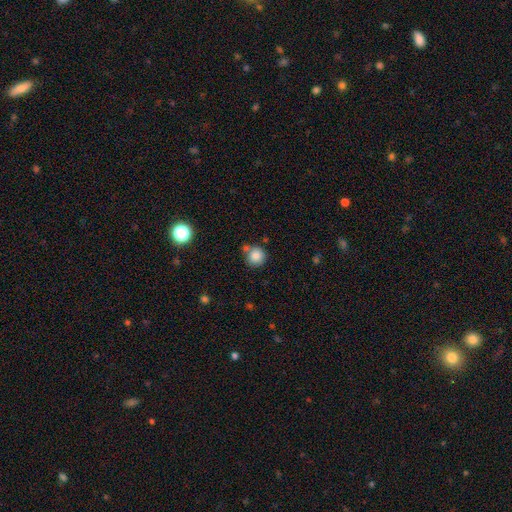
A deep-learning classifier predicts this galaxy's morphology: smooth 84%, star or artifact 11%, featured or disk 6%. Down the decision tree: how rounded — round (92%); merging — none (67%).